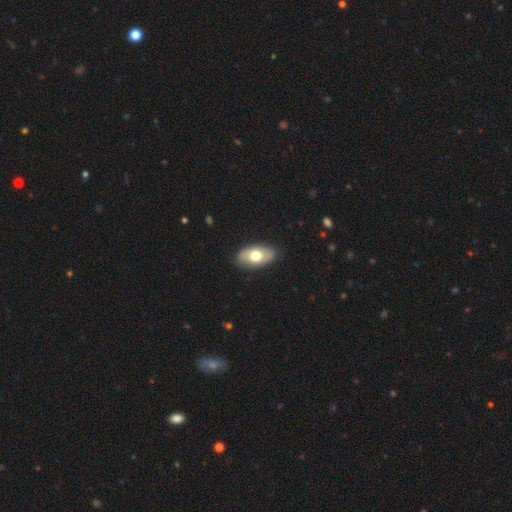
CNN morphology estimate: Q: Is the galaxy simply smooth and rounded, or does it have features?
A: smooth — 64%.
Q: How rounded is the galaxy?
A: in between — 93%.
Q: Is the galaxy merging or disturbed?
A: none — 87%.